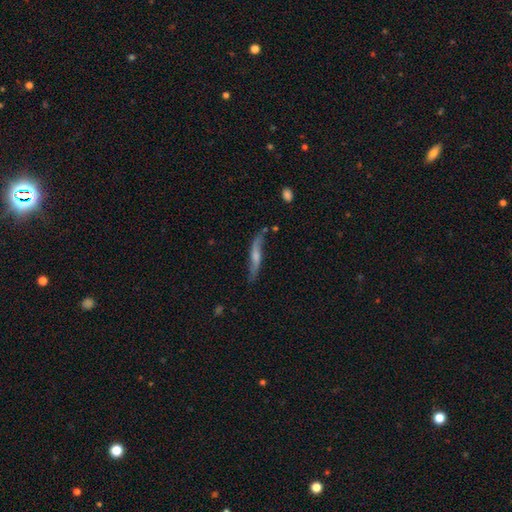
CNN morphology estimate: smooth_or_featured: featured or disk (p=0.61) [alt: smooth p=0.32]
disk_edge_on: yes (p=0.56) [alt: no p=0.44]
merging: none (p=0.69) [alt: minor disturbance p=0.21]